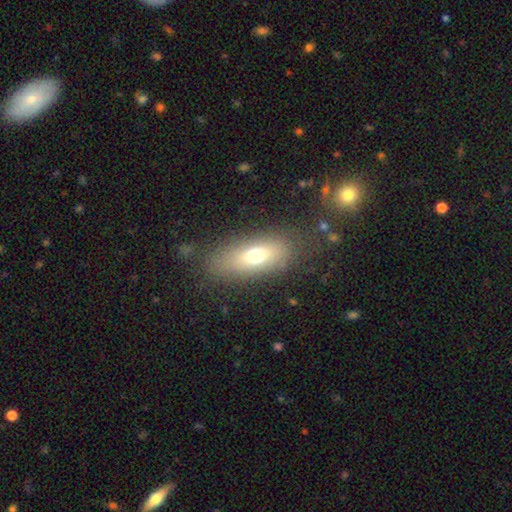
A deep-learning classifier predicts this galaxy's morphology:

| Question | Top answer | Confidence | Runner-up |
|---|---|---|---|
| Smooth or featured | smooth | 67% | featured or disk (22%) |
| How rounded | in between | 73% | cigar-shaped (21%) |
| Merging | none | 79% | minor disturbance (12%) |